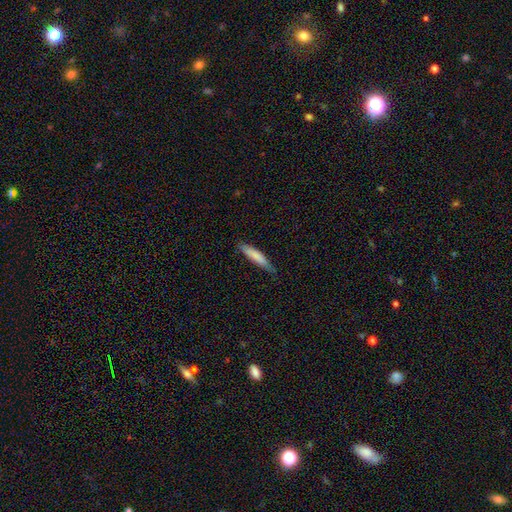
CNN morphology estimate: smooth_or_featured: smooth (p=0.77) [alt: featured or disk p=0.17]
how_rounded: cigar-shaped (p=0.84) [alt: in between p=0.14]
merging: none (p=0.75) [alt: minor disturbance p=0.21]